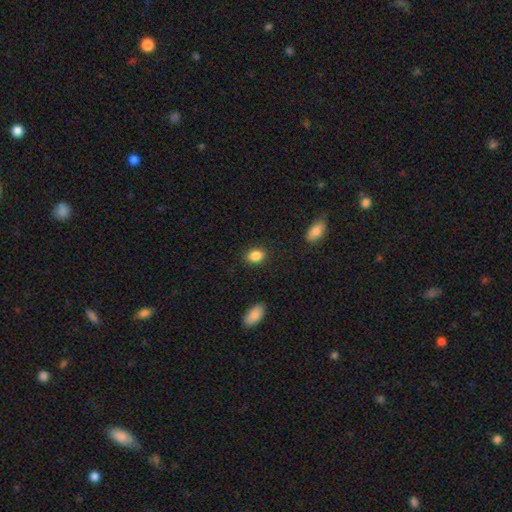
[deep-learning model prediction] smooth_or_featured: smooth (p=0.87) [alt: star or artifact p=0.09]
how_rounded: in between (p=0.68) [alt: round p=0.30]
merging: none (p=0.86) [alt: minor disturbance p=0.10]